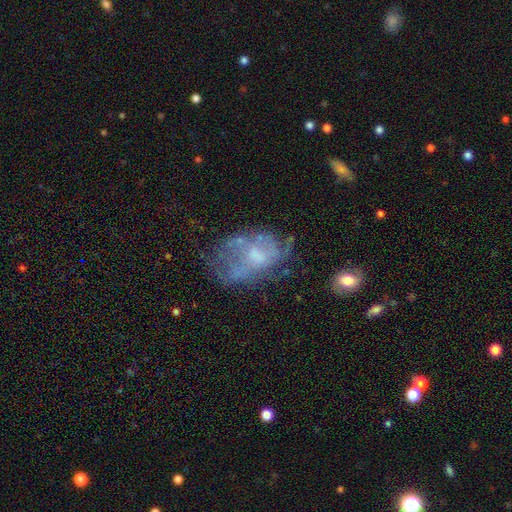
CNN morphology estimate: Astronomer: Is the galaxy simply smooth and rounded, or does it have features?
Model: featured or disk — 59%.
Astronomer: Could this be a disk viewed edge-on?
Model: no — 96%.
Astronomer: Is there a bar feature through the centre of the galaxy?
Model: no — 75%.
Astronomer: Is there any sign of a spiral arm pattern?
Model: no — 67%.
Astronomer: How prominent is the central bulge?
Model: moderate — 39% (runner-up: small, 32%).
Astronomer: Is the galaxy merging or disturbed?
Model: none — 41% (runner-up: major disturbance, 28%).